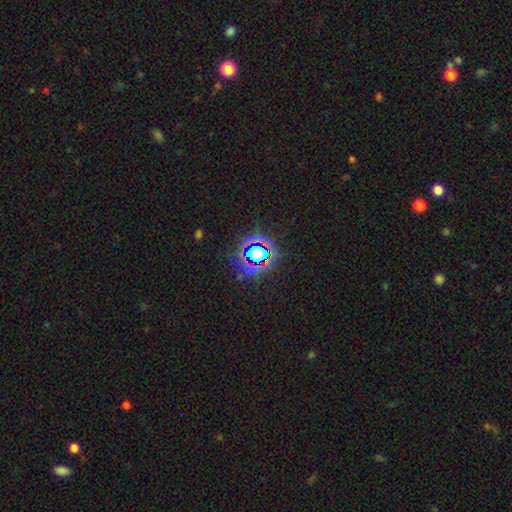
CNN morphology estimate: The model was most divided on "smooth or featured": star or artifact: 60%, smooth: 27%, featured or disk: 13%.